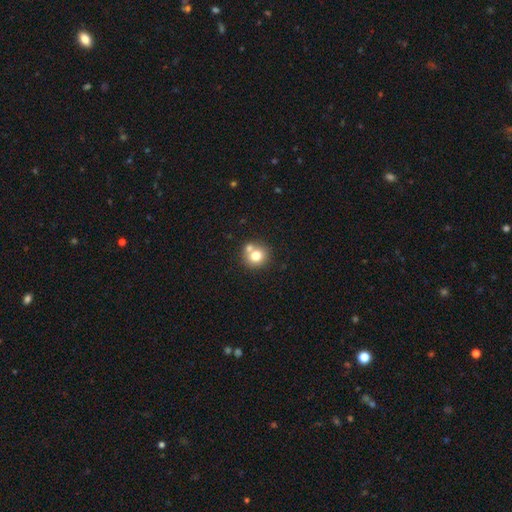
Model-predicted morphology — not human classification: smooth-or-featured: smooth: 74% | featured or disk: 14% | star or artifact: 11%
  how-rounded: round: 87% | in between: 12% | cigar-shaped: 1%
  merging: none: 56% | merger: 33% | minor disturbance: 8% | major disturbance: 3%